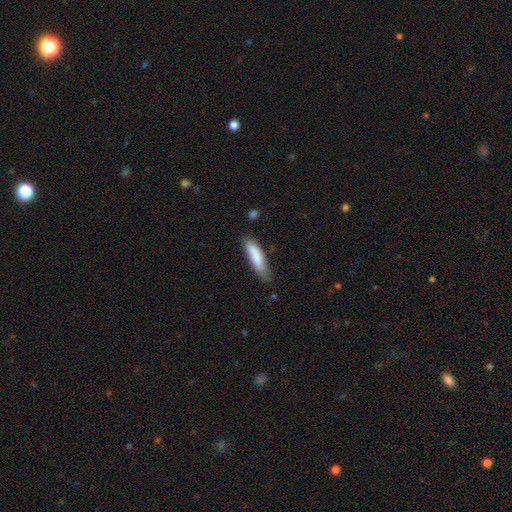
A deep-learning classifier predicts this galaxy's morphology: smooth_or_featured: smooth (p=0.84) [alt: featured or disk p=0.10]
how_rounded: cigar-shaped (p=0.70) [alt: in between p=0.29]
merging: none (p=0.67) [alt: minor disturbance p=0.25]